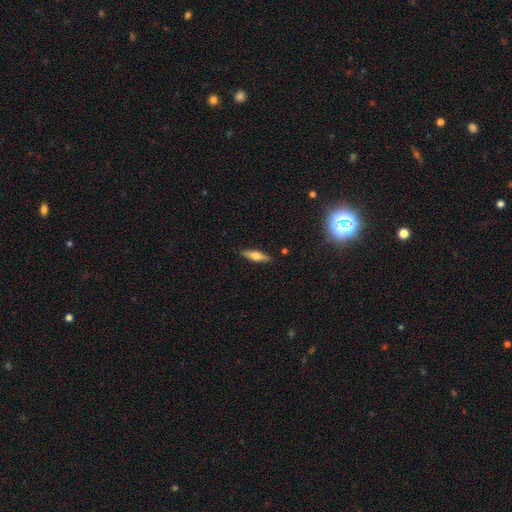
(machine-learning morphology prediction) Smooth or featured? Predicted: smooth (p=0.48). Merging? Predicted: none (p=0.88).